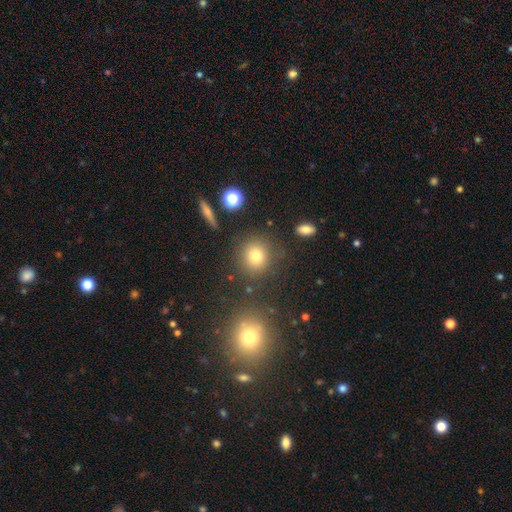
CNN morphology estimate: Smooth or featured?
  - smooth: 74% *
  - star or artifact: 16%
  - featured or disk: 10%
How rounded?
  - round: 87% *
  - in between: 11%
  - cigar-shaped: 1%
Merging?
  - none: 83% *
  - minor disturbance: 9%
  - major disturbance: 4%
  - merger: 4%